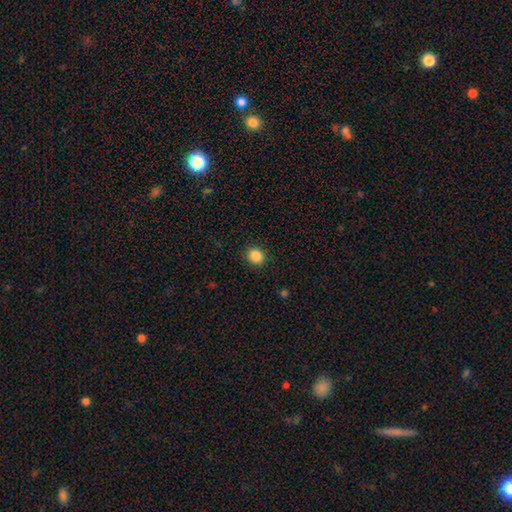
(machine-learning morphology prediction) type=smooth (86%); roundness=round (85%); merging=none (90%).